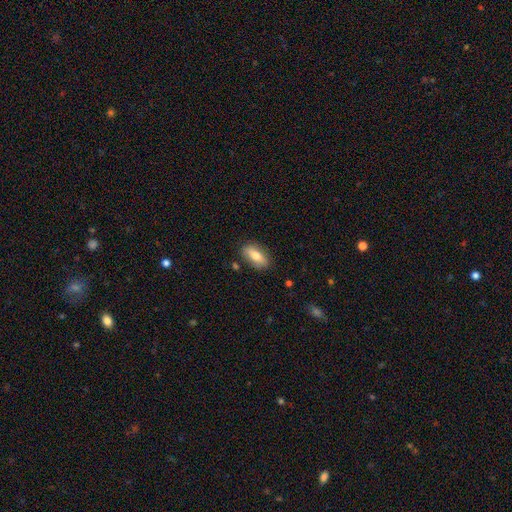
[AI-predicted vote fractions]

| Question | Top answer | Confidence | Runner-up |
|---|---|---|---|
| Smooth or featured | smooth | 70% | featured or disk (23%) |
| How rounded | in between | 80% | cigar-shaped (16%) |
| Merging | none | 82% | minor disturbance (13%) |